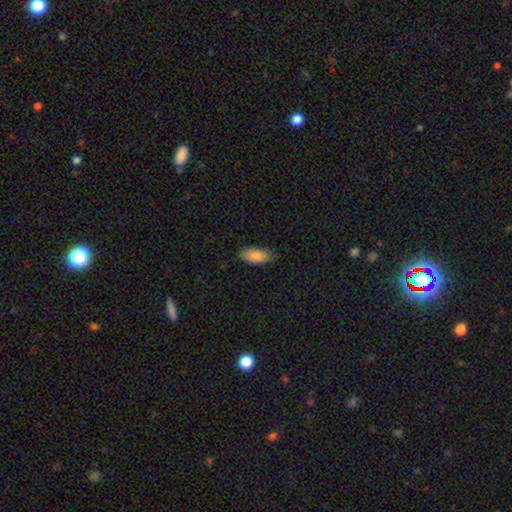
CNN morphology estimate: This is clearly a smooth galaxy (87%). How rounded: clearly in between (85%). Merging: clearly none (83%).